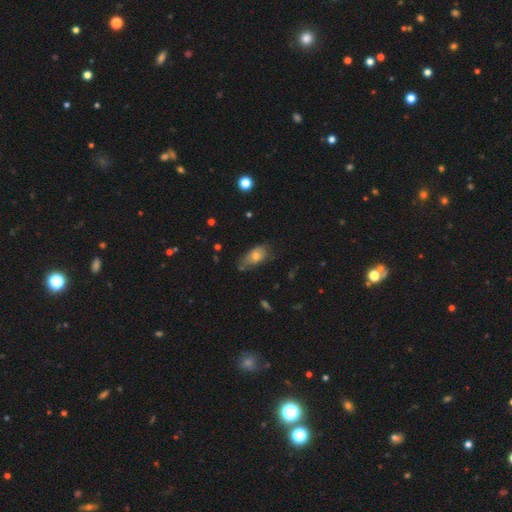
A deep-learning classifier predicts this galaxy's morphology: Smooth or featured? Predicted: smooth (p=0.66). How rounded? Predicted: in between (p=0.88). Merging? Predicted: none (p=0.48).